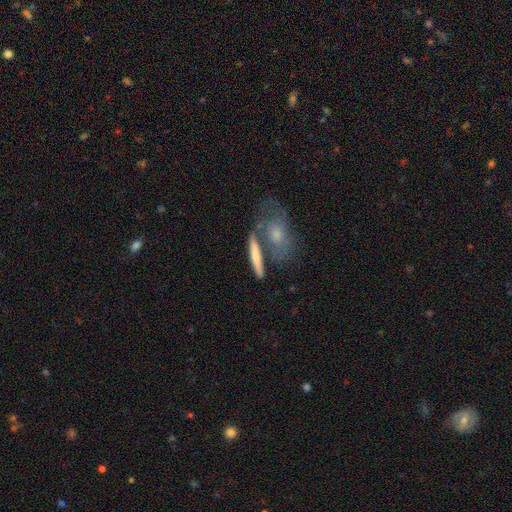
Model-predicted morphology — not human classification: smooth-or-featured: smooth: 64% | featured or disk: 29% | star or artifact: 7%
  how-rounded: cigar-shaped: 78% | in between: 16% | round: 5%
  merging: none: 58% | merger: 22% | minor disturbance: 14% | major disturbance: 7%